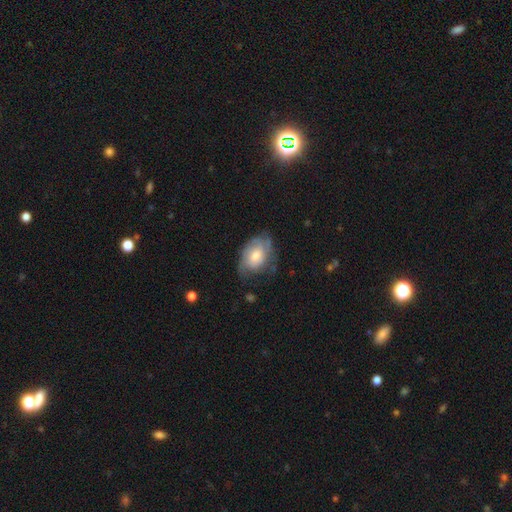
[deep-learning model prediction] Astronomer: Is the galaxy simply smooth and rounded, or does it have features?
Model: featured or disk — 55% (runner-up: smooth, 38%).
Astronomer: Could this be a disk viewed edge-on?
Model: no — 95%.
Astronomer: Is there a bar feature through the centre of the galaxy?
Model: no — 64%.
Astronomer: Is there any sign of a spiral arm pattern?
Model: yes — 77%.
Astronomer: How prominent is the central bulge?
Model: moderate — 59%.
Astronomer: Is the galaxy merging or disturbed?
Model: none — 56%.